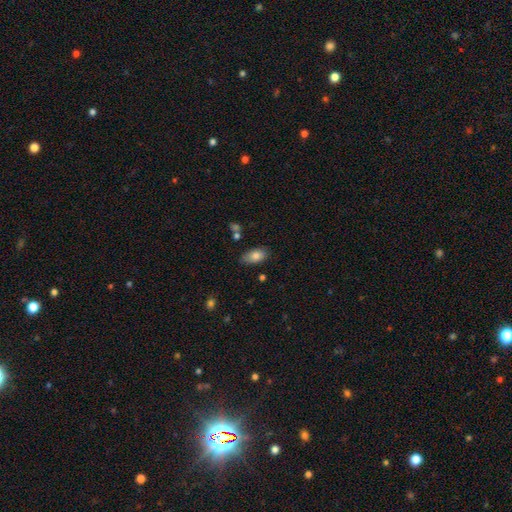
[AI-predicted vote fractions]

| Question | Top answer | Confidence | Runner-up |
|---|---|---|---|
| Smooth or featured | smooth | 81% | featured or disk (11%) |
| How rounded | in between | 93% | round (4%) |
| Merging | none | 78% | minor disturbance (16%) |